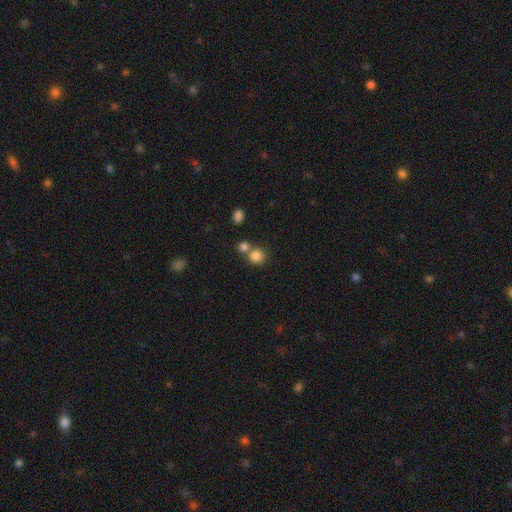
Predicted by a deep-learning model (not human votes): smooth_or_featured: smooth (p=0.82) [alt: star or artifact p=0.11]
how_rounded: round (p=0.85) [alt: in between p=0.14]
merging: none (p=0.53) [alt: merger p=0.37]